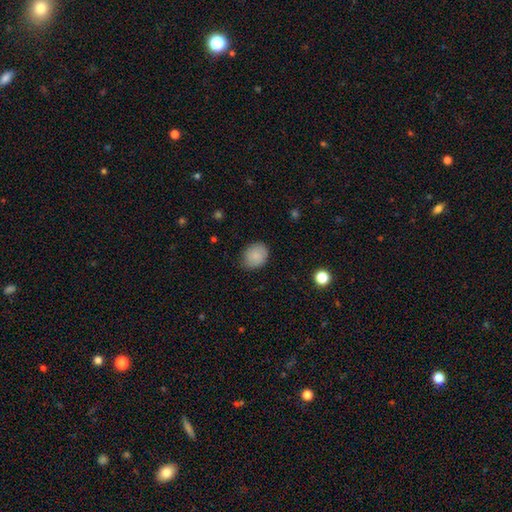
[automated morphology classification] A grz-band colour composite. It shows a smooth galaxy with no disk features (83%) that is round (56%). Merging: none (78%).